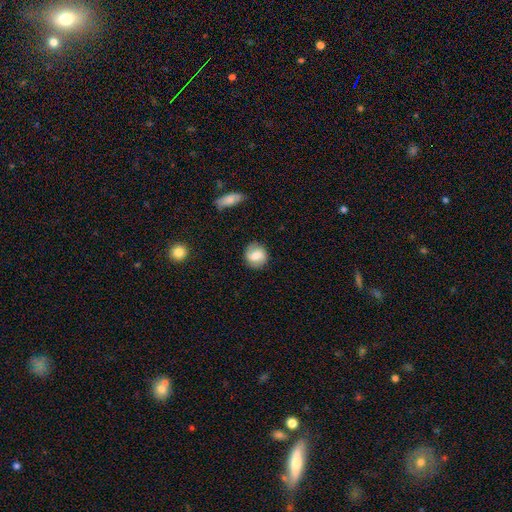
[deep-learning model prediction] Smooth or featured: smooth — 63% (featured or disk — 29%)
How rounded: round — 80% (in between — 18%)
Merging: none — 82% (minor disturbance — 13%)